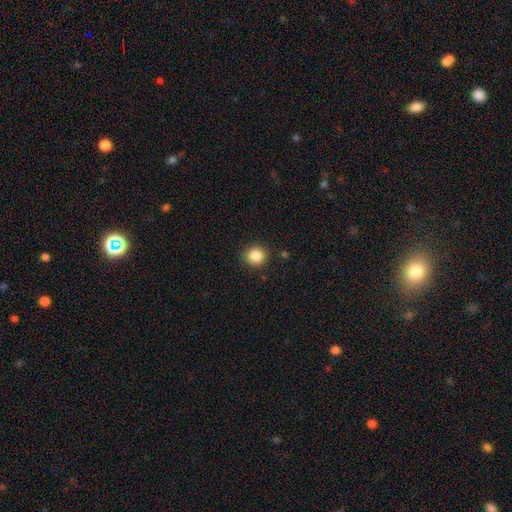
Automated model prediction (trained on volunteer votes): The model was most divided on "smooth or featured": smooth: 85%, star or artifact: 10%, featured or disk: 5%. More confident: how rounded — round (91%); merging — none (89%).